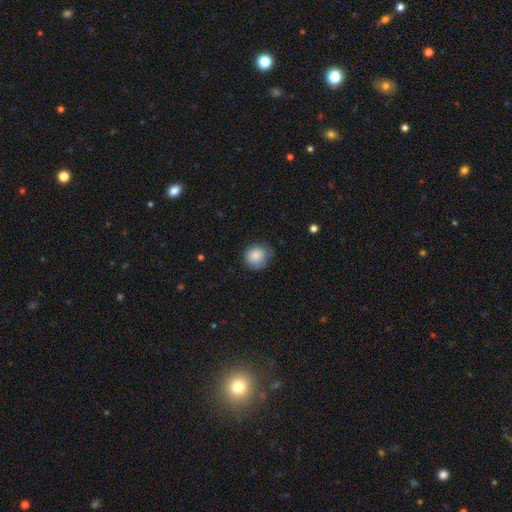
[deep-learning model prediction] Smooth or featured? Predicted: smooth (p=0.86). How rounded? Predicted: round (p=0.83). Merging? Predicted: none (p=0.66).